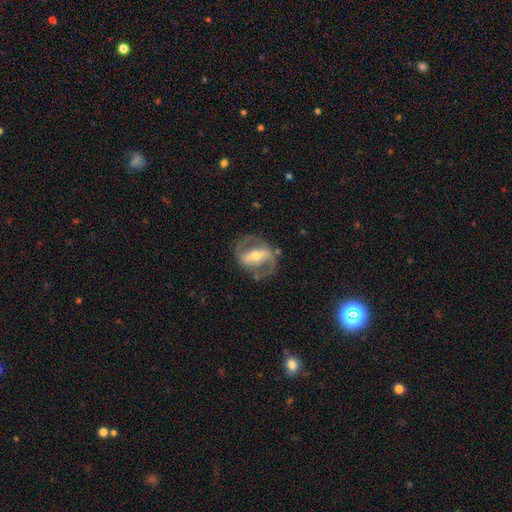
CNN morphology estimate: A featured or disk galaxy (82%) with a strong bar (62%), 2 (85%) medium (51%) spiral arms (77%) and a moderate central bulge (63%). Merging: none (72%).